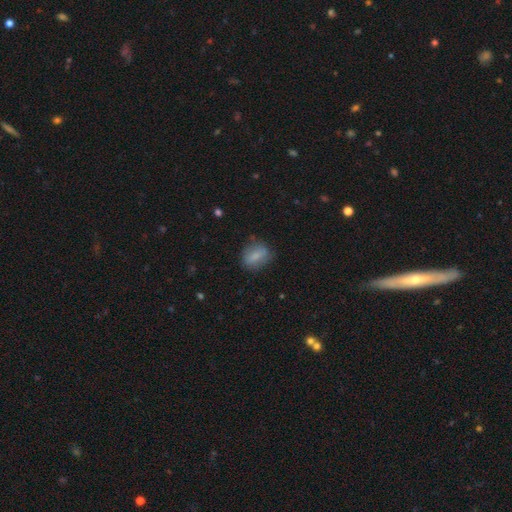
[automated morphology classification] This appears to be a smooth galaxy with no disk features (78%) that is in between round and cigar-shaped (67%). Merging: none (71%).